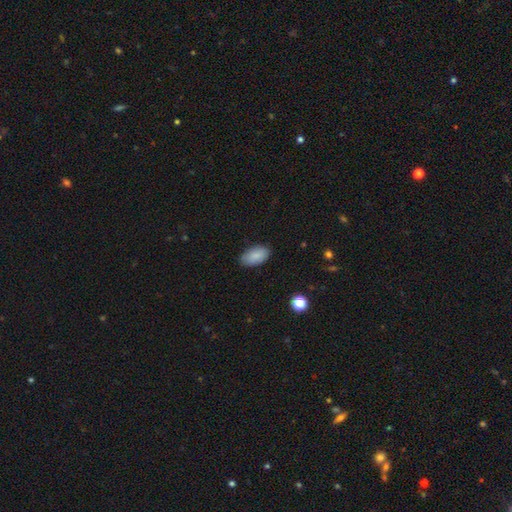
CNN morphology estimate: type=smooth (87%); roundness=in between (94%); merging=none (84%).